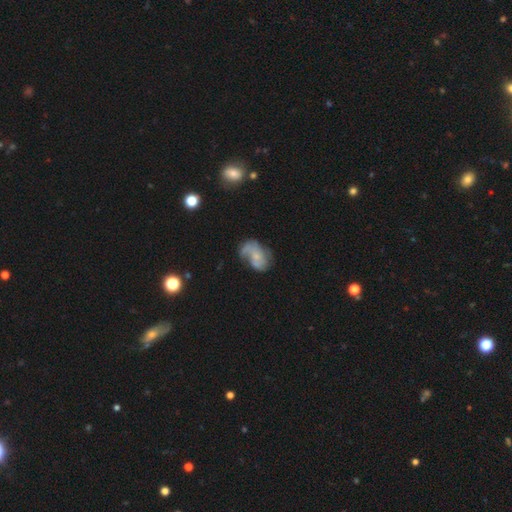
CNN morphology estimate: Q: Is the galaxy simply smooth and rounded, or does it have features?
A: featured or disk — 66%.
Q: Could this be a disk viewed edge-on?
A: no — 98%.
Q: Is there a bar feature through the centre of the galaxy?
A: no — 73%.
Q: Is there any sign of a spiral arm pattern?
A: yes — 81%.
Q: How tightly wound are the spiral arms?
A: medium — 40%.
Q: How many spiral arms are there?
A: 2 — 55%.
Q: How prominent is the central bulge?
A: small — 56%.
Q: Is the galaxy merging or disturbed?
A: none — 43%.